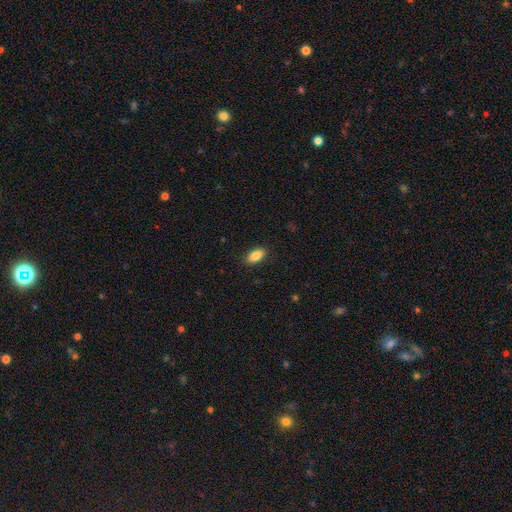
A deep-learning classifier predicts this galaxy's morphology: smooth_or_featured: smooth (p=0.88) [alt: star or artifact p=0.08]
how_rounded: in between (p=0.91) [alt: cigar-shaped p=0.05]
merging: none (p=0.88) [alt: minor disturbance p=0.09]